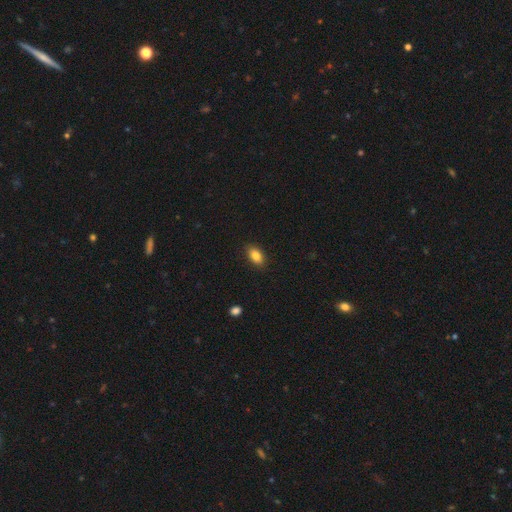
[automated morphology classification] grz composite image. It shows a smooth galaxy with no disk features (86%) that is in between round and cigar-shaped (90%). Merging: none (89%).